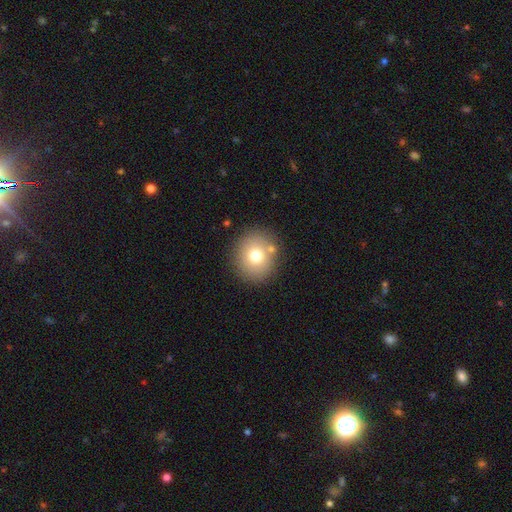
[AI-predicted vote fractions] This is likely a smooth galaxy (74%). How rounded: likely round (78%). Merging: clearly none (82%).